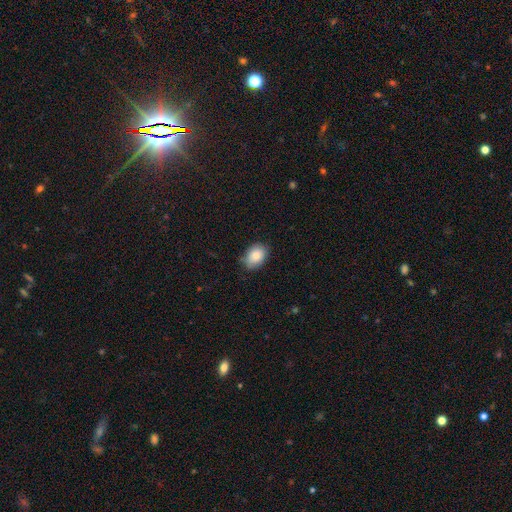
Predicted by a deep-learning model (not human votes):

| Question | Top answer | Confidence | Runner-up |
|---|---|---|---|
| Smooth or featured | smooth | 84% | featured or disk (8%) |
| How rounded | in between | 76% | round (23%) |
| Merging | none | 77% | minor disturbance (19%) |